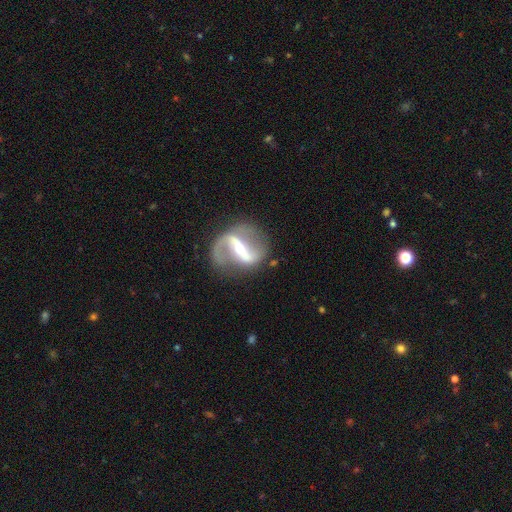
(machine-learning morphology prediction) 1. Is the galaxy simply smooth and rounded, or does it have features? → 89% featured or disk, 6% smooth, 5% star or artifact.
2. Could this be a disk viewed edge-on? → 96% no, 4% yes.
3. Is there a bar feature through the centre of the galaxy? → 67% strong, 23% weak, 10% no.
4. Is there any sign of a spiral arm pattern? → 92% yes, 8% no.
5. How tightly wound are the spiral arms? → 54% loose, 36% medium, 10% tight.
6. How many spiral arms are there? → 89% 2, 5% 1, 3% can't tell, 1% 3, 1% 4, 1% more than 4.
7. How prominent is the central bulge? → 55% small, 40% moderate, 2% large, 1% none, 1% dominant.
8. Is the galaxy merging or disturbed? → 74% none, 14% minor disturbance, 9% major disturbance, 3% merger.